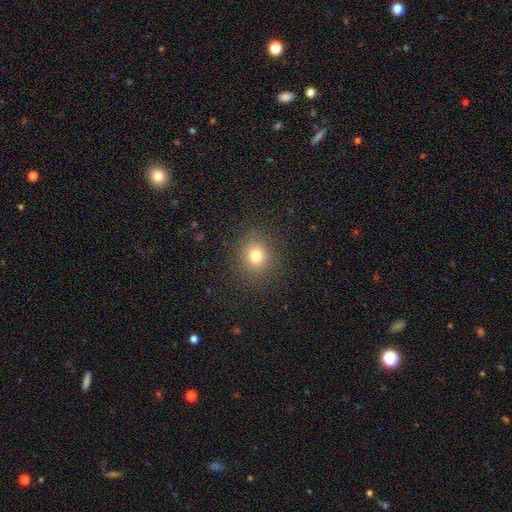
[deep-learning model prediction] smooth 76%, star or artifact 16%, featured or disk 8%. Down the decision tree: how rounded — round (79%); merging — none (88%).